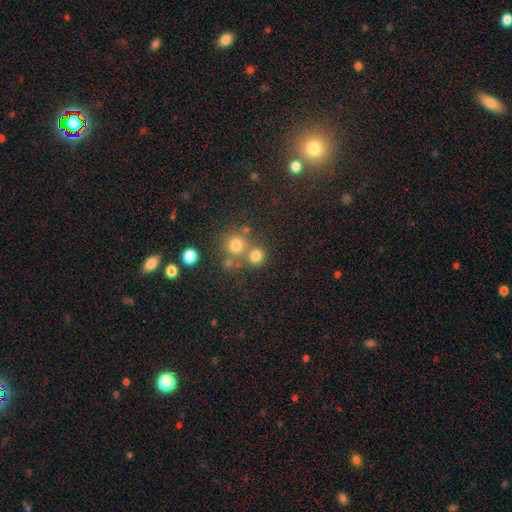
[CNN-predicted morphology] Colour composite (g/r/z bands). It shows a smooth galaxy with no disk features (76%) that is round (89%). Merging: none (61%).